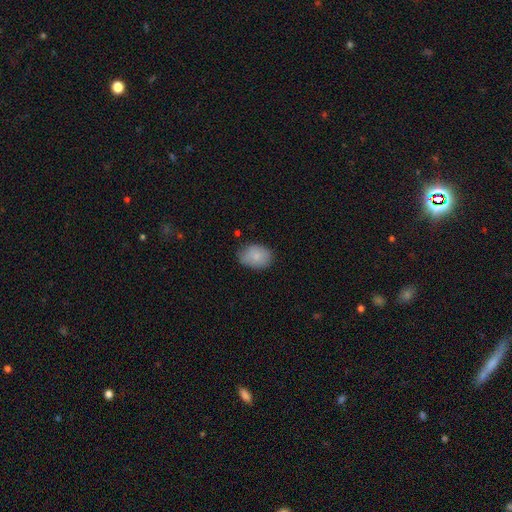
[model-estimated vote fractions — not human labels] Overall: smooth (85%). How rounded: in between (73%). Merging: none (71%).